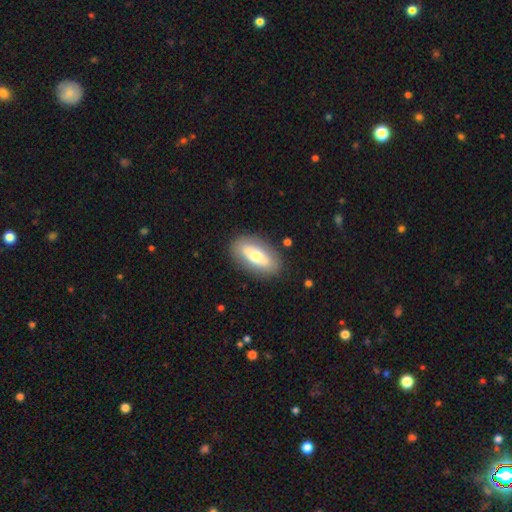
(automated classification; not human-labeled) smooth_or_featured: smooth (p=0.58) [alt: featured or disk p=0.36]
how_rounded: in between (p=0.89) [alt: cigar-shaped p=0.07]
merging: none (p=0.84) [alt: minor disturbance p=0.11]